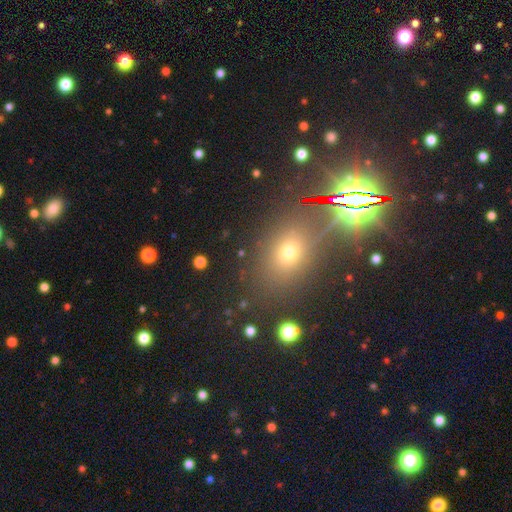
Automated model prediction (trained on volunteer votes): Smooth or featured? star or artifact (51%)